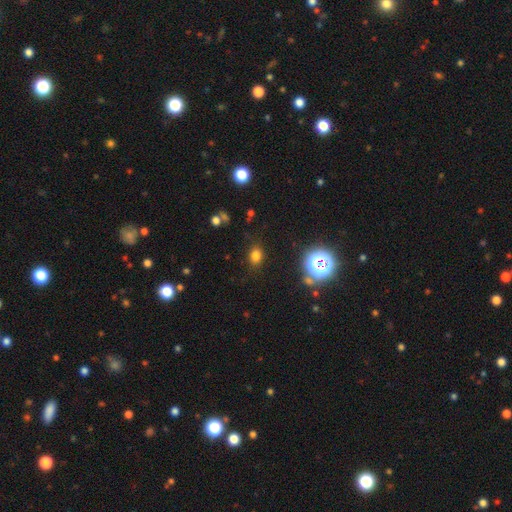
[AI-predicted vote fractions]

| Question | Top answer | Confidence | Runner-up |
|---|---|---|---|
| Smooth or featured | smooth | 74% | star or artifact (19%) |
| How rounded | in between | 61% | round (38%) |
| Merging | none | 83% | minor disturbance (11%) |